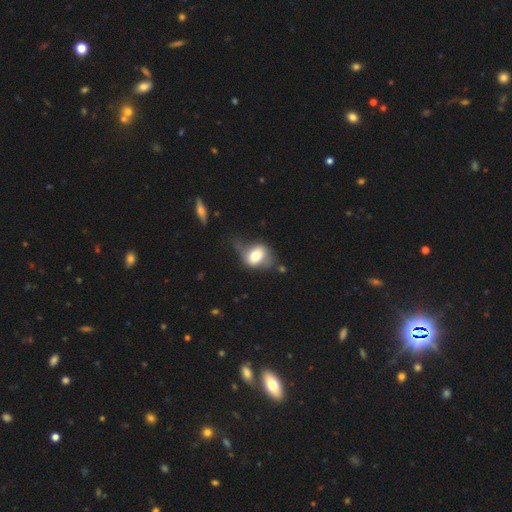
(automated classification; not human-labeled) Smooth or featured?
  - smooth: 65% *
  - featured or disk: 28%
  - star or artifact: 8%
How rounded?
  - in between: 63% *
  - round: 35%
  - cigar-shaped: 2%
Merging?
  - none: 34% *
  - minor disturbance: 33%
  - major disturbance: 27%
  - merger: 6%